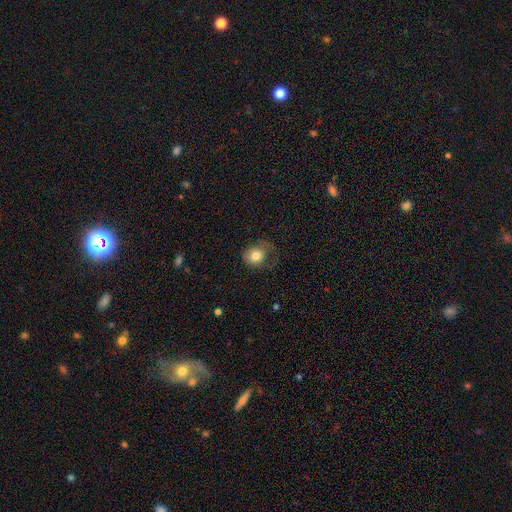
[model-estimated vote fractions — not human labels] The model was most divided on "merging": none: 41%, major disturbance: 30%, minor disturbance: 27%, merger: 2%. More confident: smooth or featured — smooth (75%); how rounded — round (62%).